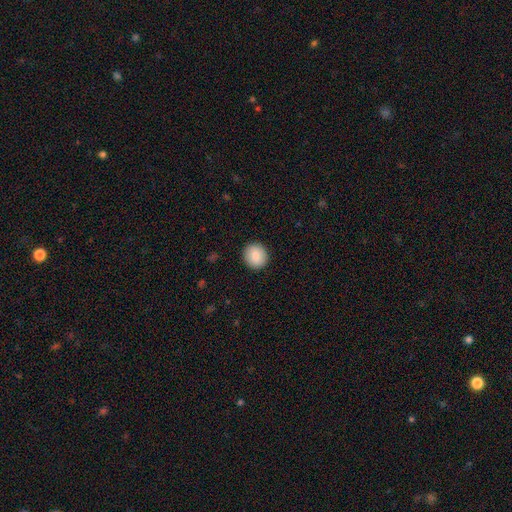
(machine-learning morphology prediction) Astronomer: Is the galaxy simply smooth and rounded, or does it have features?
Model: smooth — 87%.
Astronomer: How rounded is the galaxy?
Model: round — 87%.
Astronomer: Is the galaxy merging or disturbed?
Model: none — 92%.